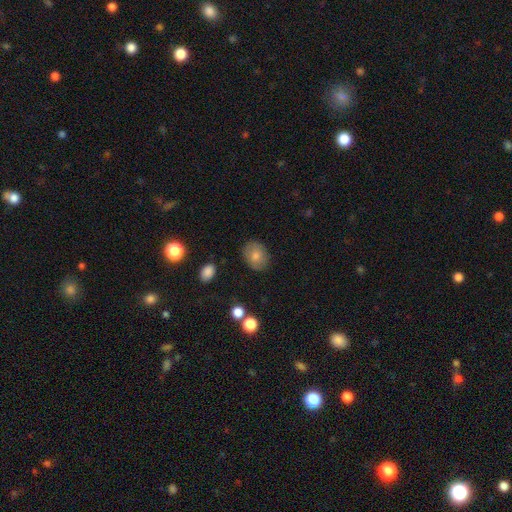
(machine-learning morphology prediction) The model was most divided on "how rounded": in between: 62%, round: 37%, cigar-shaped: 1%. More confident: merging — none (83%); smooth or featured — smooth (75%).